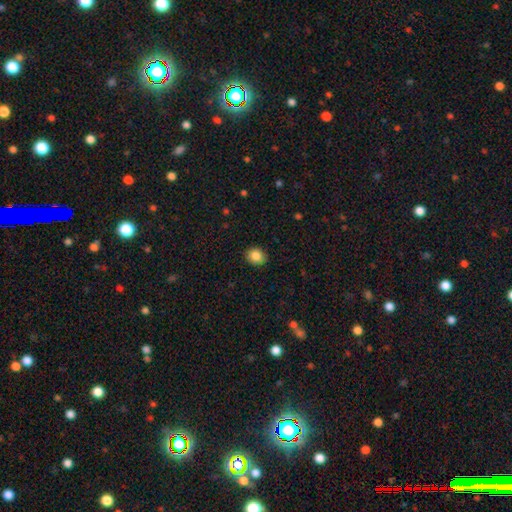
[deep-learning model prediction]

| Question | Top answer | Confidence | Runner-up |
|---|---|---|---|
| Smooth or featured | smooth | 86% | star or artifact (9%) |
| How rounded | round | 63% | in between (36%) |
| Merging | none | 90% | minor disturbance (7%) |